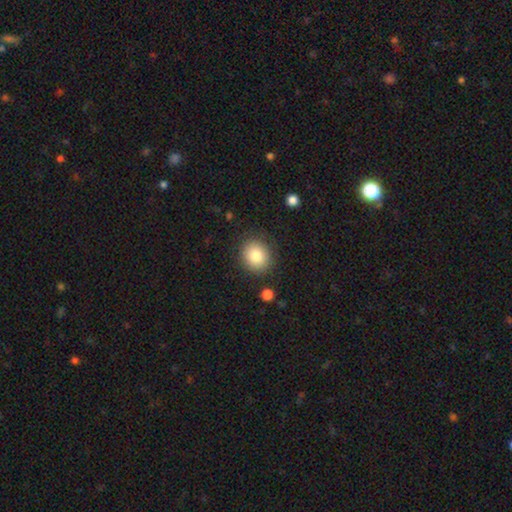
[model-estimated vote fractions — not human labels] Smooth or featured: smooth — 82% (star or artifact — 9%)
How rounded: round — 78% (in between — 22%)
Merging: none — 86% (minor disturbance — 9%)